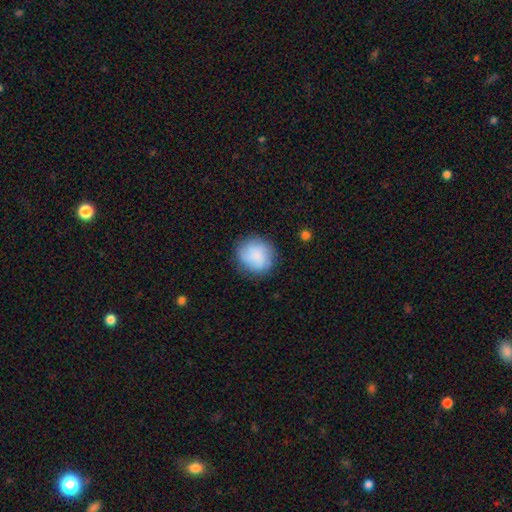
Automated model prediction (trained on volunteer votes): smooth 71%, featured or disk 21%, star or artifact 8%. Down the decision tree: how rounded — round (85%); merging — none (76%).